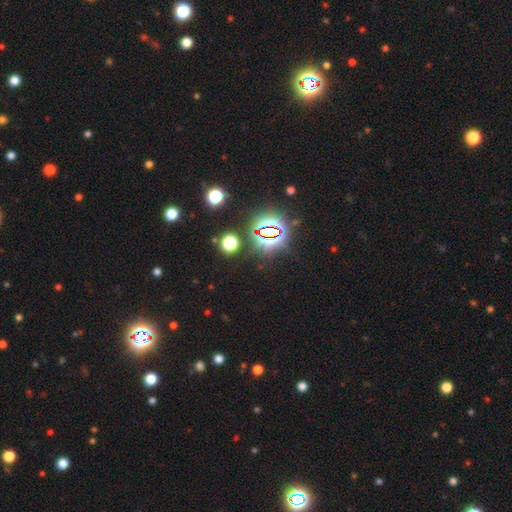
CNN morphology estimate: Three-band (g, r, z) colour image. It shows a star or artifact, not a galaxy (81%).